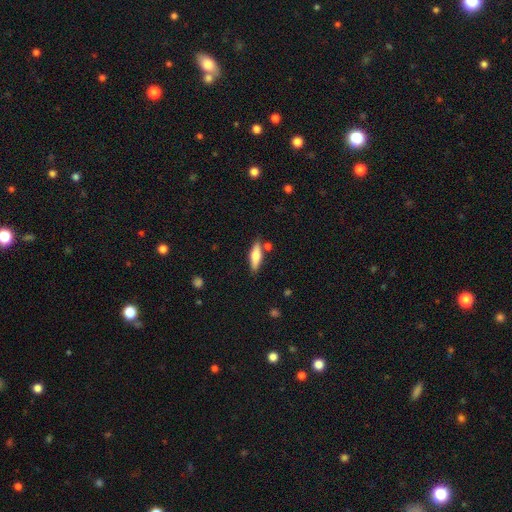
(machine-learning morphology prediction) smooth 60%, featured or disk 34%, star or artifact 6%. Down the decision tree: how rounded — cigar-shaped (58%); merging — none (79%).